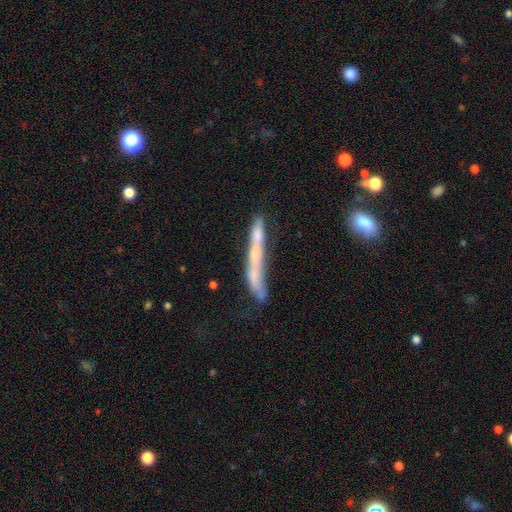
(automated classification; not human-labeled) smooth-or-featured: featured or disk: 51% | smooth: 40% | star or artifact: 9%
  disk-edge-on: yes: 74% | no: 26%
  merging: none: 44% | minor disturbance: 22% | merger: 19% | major disturbance: 15%